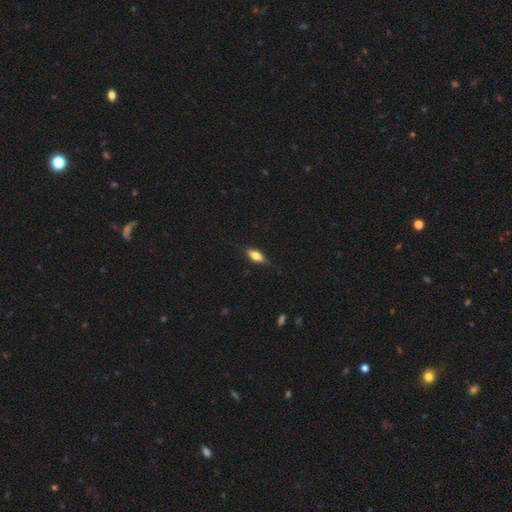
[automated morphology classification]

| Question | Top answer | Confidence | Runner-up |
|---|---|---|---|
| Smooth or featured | smooth | 56% | featured or disk (36%) |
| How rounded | in between | 69% | cigar-shaped (27%) |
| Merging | none | 83% | minor disturbance (13%) |